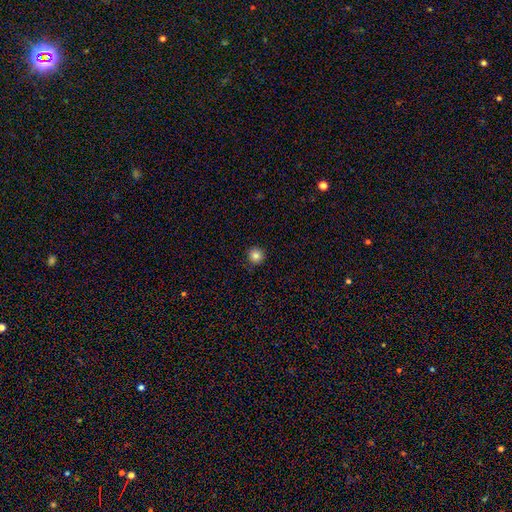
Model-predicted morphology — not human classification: Smooth or featured? smooth (84%)
How rounded? round (95%)
Merging? none (90%)